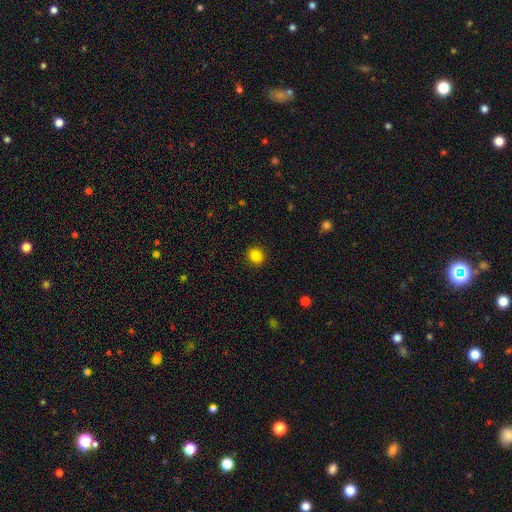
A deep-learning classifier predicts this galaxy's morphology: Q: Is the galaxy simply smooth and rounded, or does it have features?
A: smooth — 85%.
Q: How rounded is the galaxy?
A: round — 74%.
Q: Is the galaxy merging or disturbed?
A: none — 91%.